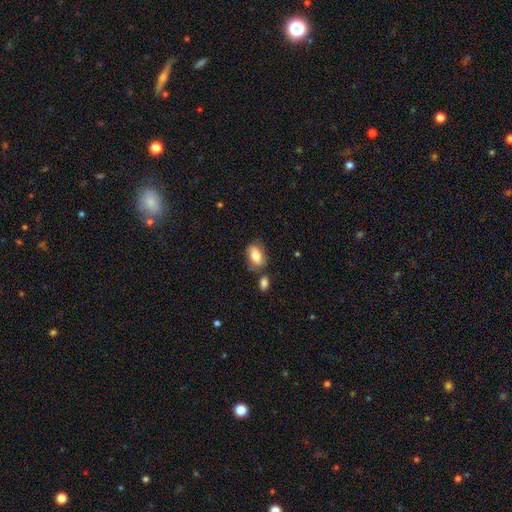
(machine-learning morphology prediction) A smooth galaxy with no disk features (77%) that is in between round and cigar-shaped (89%).

Vote fractions:
- Smooth or featured? smooth: 77% / featured or disk: 16% / star or artifact: 7%
- How rounded? in between: 89% / round: 6% / cigar-shaped: 5%
- Merging? none: 67% / minor disturbance: 16% / merger: 12% / major disturbance: 4%